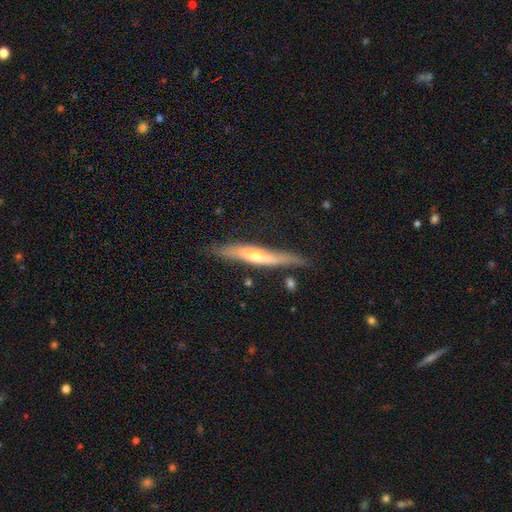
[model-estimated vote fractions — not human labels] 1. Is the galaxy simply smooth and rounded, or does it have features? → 65% featured or disk, 29% smooth, 6% star or artifact.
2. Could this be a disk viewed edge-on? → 90% yes, 10% no.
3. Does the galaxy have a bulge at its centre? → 79% rounded, 15% none, 6% boxy.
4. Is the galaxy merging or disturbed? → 71% none, 20% minor disturbance, 5% major disturbance, 4% merger.